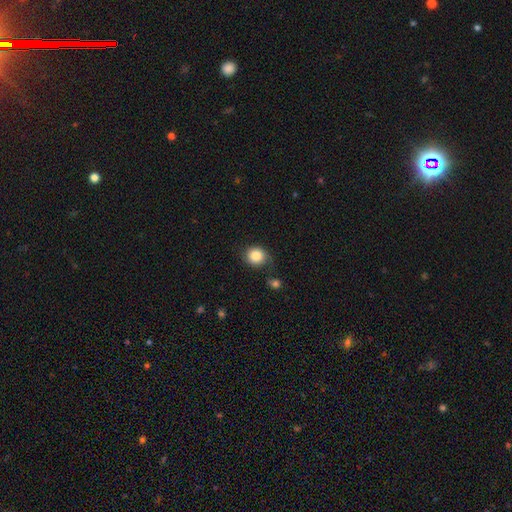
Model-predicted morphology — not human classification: type=smooth (85%); roundness=round (77%); merging=none (65%).